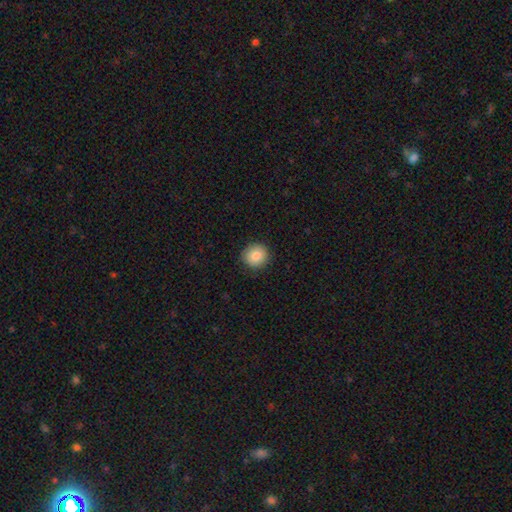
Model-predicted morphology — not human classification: A smooth galaxy with no disk features (85%) that is round (93%). Merging: none (90%).